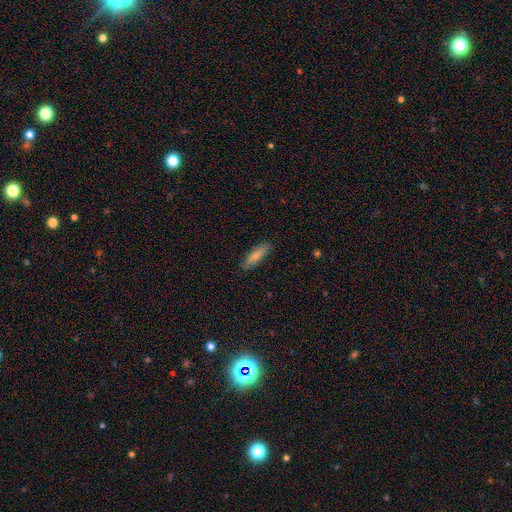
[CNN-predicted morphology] smooth_or_featured: smooth (p=0.77) [alt: featured or disk p=0.18]
how_rounded: cigar-shaped (p=0.61) [alt: in between p=0.37]
merging: none (p=0.86) [alt: minor disturbance p=0.11]